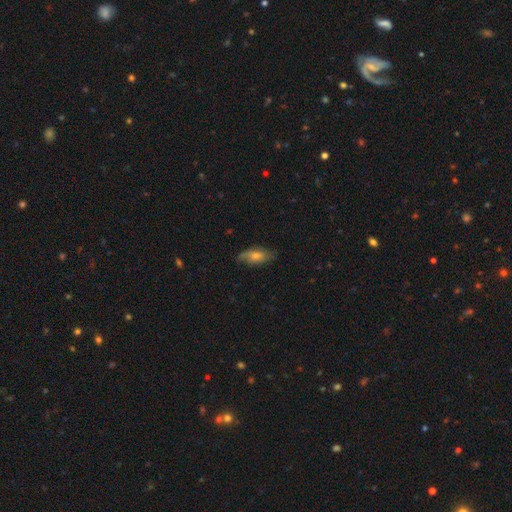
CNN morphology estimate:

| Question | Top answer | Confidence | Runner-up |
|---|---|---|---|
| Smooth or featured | featured or disk | 49% | smooth (42%) |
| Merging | none | 71% | minor disturbance (22%) |